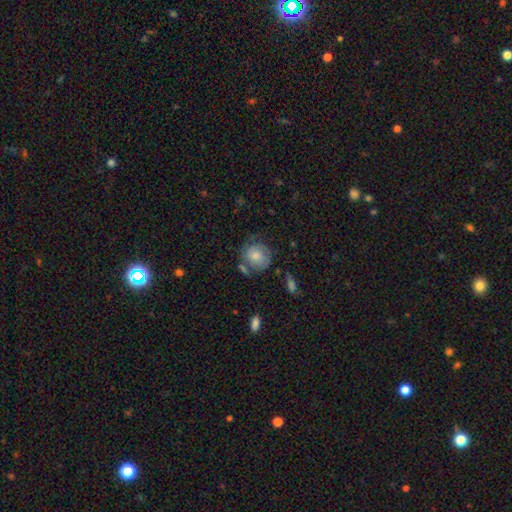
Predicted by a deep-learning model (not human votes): This is possibly a smooth galaxy (54%). How rounded: likely round (79%). Merging: possibly none (56%).